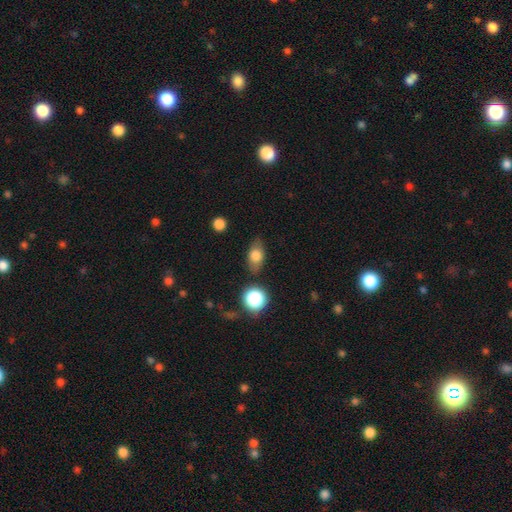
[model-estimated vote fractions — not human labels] Smooth or featured? smooth (75%)
How rounded? in between (81%)
Merging? none (78%)